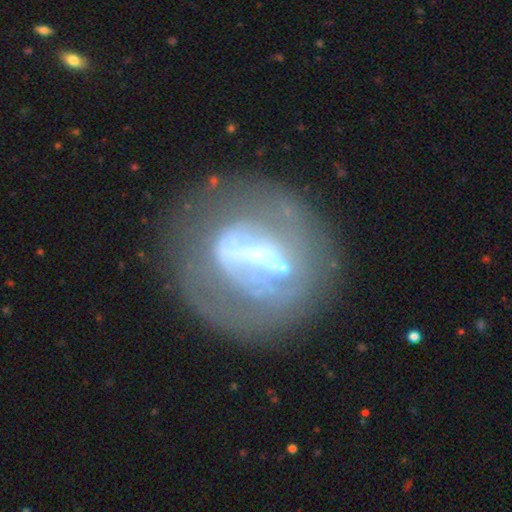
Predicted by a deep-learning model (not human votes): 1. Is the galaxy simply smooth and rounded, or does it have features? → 68% featured or disk, 22% smooth, 10% star or artifact.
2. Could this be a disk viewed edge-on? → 94% no, 6% yes.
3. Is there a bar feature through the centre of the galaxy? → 50% strong, 27% weak, 23% no.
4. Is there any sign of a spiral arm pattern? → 62% no, 38% yes.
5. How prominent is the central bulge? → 45% small, 24% none, 20% moderate, 8% large, 3% dominant.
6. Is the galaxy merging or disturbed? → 57% none, 21% major disturbance, 17% minor disturbance, 6% merger.